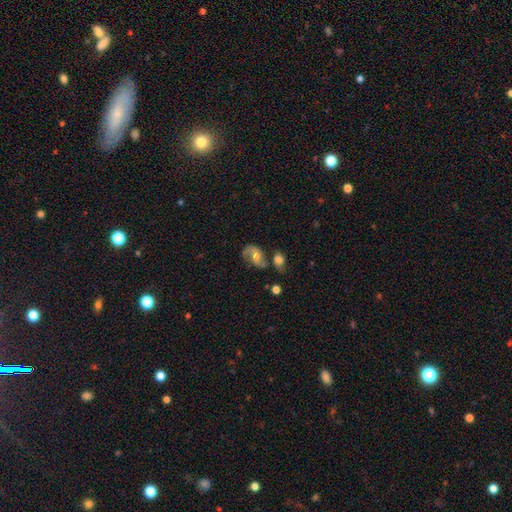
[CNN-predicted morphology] A featured or disk galaxy (71%) with a weak bar (44%), 2 (82%) loose (52%) spiral arms (90%) and a moderate central bulge (52%).

Vote fractions:
- Smooth or featured? featured or disk: 71% / smooth: 21% / star or artifact: 9%
- Edge-on disk? no: 97% / yes: 3%
- Bar? weak: 44% / no: 43% / strong: 14%
- Spiral arms? yes: 90% / no: 10%
- Spiral winding? loose: 52% / medium: 39% / tight: 10%
- Spiral arm count? 2: 82% / 1: 11% / can't tell: 5% / 3: 1% / 4: 1% / more than 4: 1%
- Bulge size? moderate: 52% / small: 27% / large: 10% / none: 9% / dominant: 2%
- Merging? none: 46% / merger: 22% / minor disturbance: 18% / major disturbance: 14%